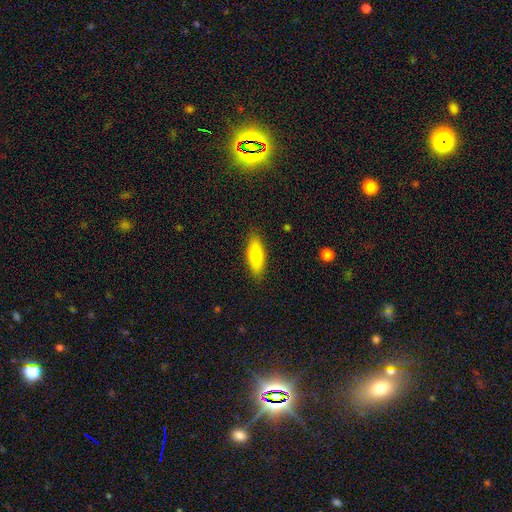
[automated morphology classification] Overall: smooth (74%). How rounded: in between (63%; cigar-shaped 35%). Merging: none (88%).